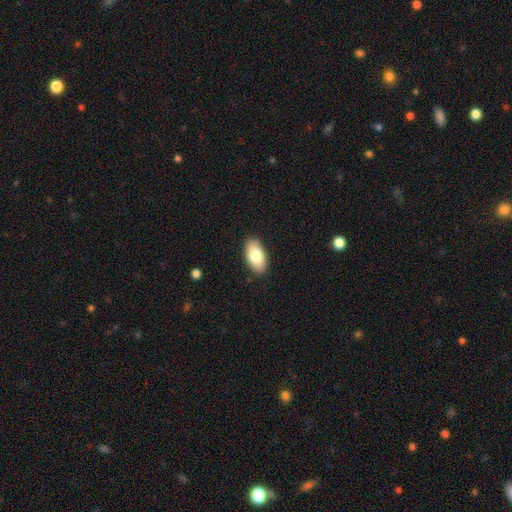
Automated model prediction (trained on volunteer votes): A smooth galaxy with no disk features (81%) that is in between round and cigar-shaped (95%).

Vote fractions:
- Smooth or featured? smooth: 81% / featured or disk: 13% / star or artifact: 6%
- How rounded? in between: 95% / round: 3% / cigar-shaped: 2%
- Merging? none: 88% / minor disturbance: 9% / major disturbance: 2% / merger: 1%